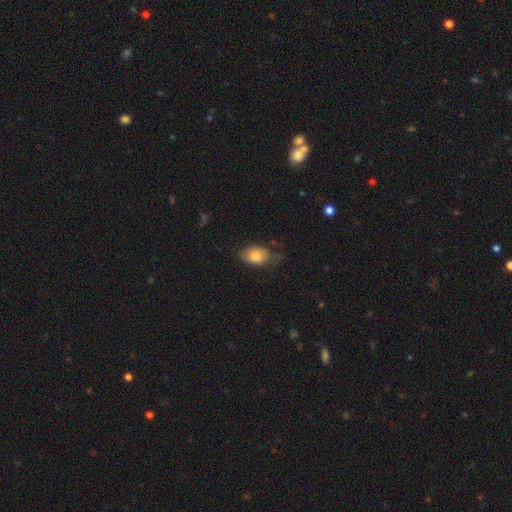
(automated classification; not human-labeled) Smooth or featured?
  - smooth: 81% *
  - featured or disk: 11%
  - star or artifact: 8%
How rounded?
  - in between: 79% *
  - round: 20%
  - cigar-shaped: 1%
Merging?
  - none: 61% *
  - minor disturbance: 28%
  - major disturbance: 9%
  - merger: 2%